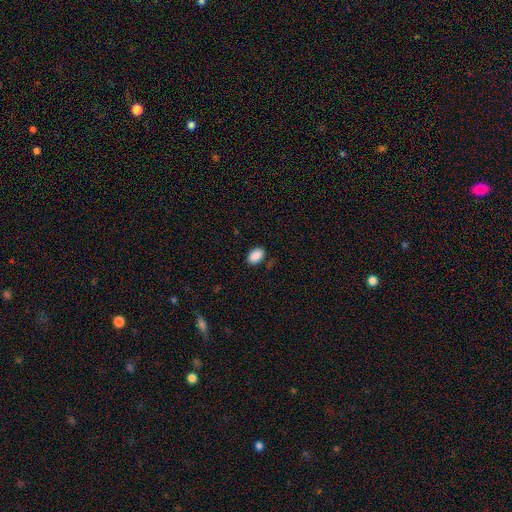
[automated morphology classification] Q: Smooth or featured?
A: smooth (90%); runner-up: star or artifact (8%)
Q: How rounded?
A: in between (89%); runner-up: round (9%)
Q: Merging?
A: none (85%); runner-up: minor disturbance (11%)